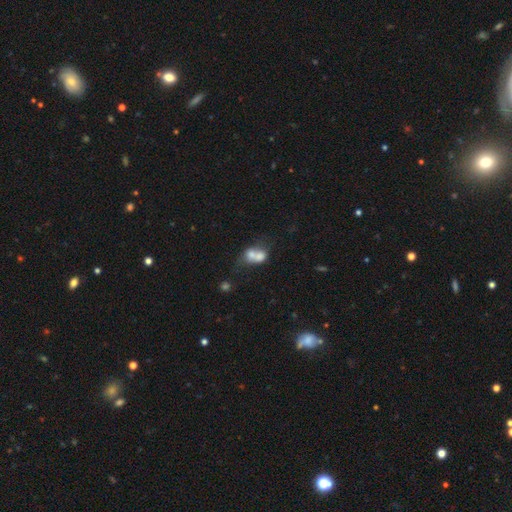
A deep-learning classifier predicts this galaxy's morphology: smooth-or-featured: smooth: 65% | featured or disk: 24% | star or artifact: 11%
  how-rounded: in between: 51% | round: 47% | cigar-shaped: 2%
  merging: merger: 71% | none: 17% | minor disturbance: 7% | major disturbance: 5%